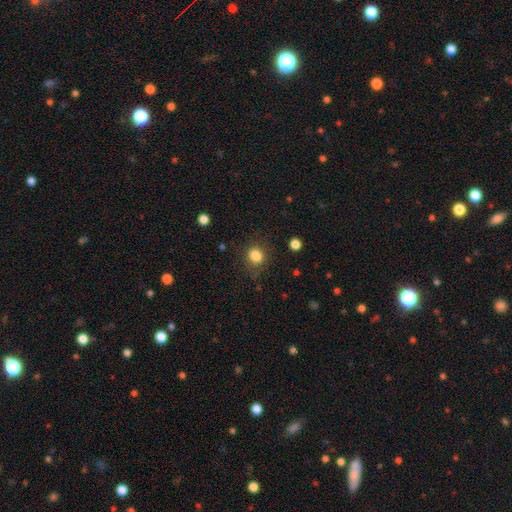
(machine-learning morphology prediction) Smooth or featured: smooth — 84% (star or artifact — 11%)
How rounded: round — 80% (in between — 19%)
Merging: none — 81% (minor disturbance — 13%)